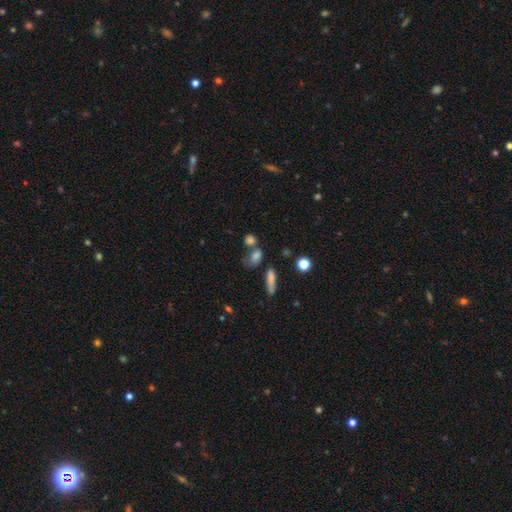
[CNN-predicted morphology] smooth_or_featured: smooth (p=0.75) [alt: star or artifact p=0.13]
how_rounded: in between (p=0.58) [alt: round p=0.33]
merging: none (p=0.45) [alt: merger p=0.29]